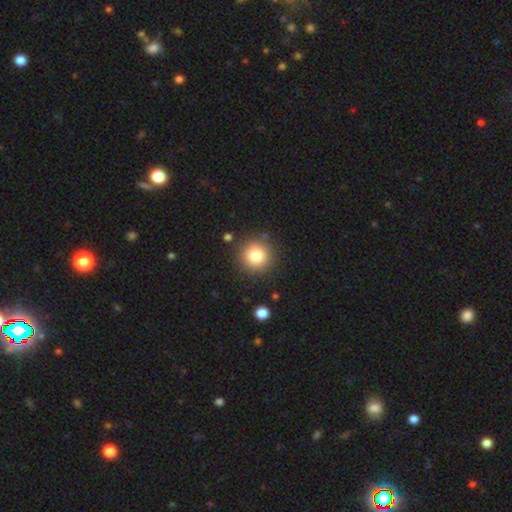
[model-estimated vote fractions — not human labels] A smooth galaxy with no disk features (81%) that is round (94%).

Vote fractions:
- Smooth or featured? smooth: 81% / star or artifact: 11% / featured or disk: 7%
- How rounded? round: 94% / in between: 5% / cigar-shaped: 1%
- Merging? none: 86% / minor disturbance: 8% / major disturbance: 3% / merger: 3%